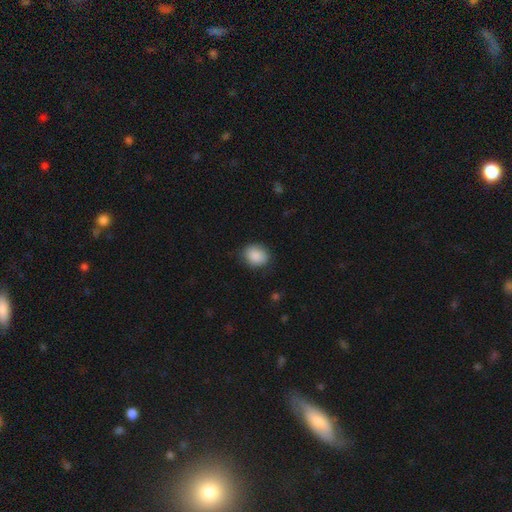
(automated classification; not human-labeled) Morphology: type=smooth (89%); roundness=round (61%); merging=none (81%).